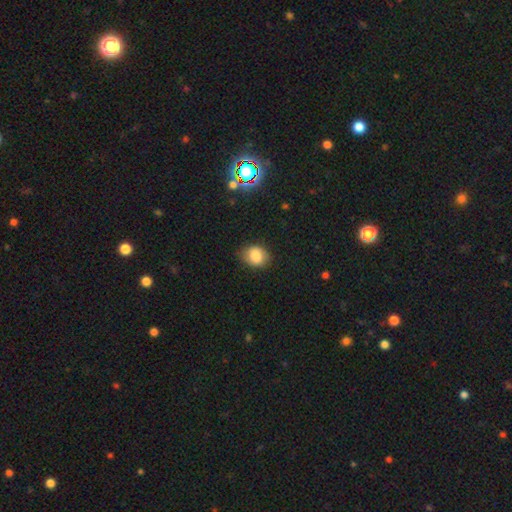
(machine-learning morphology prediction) Overall: smooth (80%). How rounded: in between (55%; round 44%). Merging: none (74%).